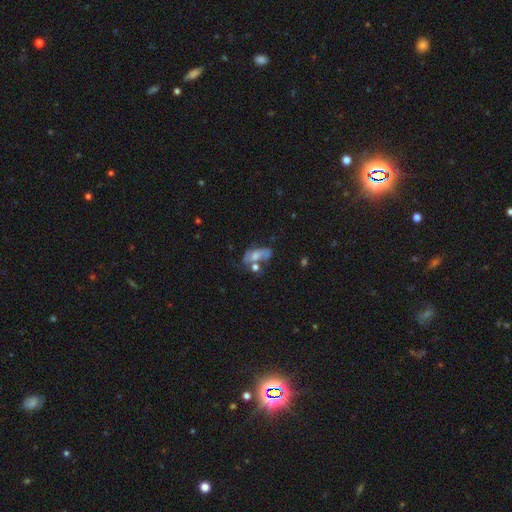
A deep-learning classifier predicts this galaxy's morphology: Overall: featured or disk (53%; smooth 37%). Edge-on disk: no (93%). Merging: none (31%; merger 28%).